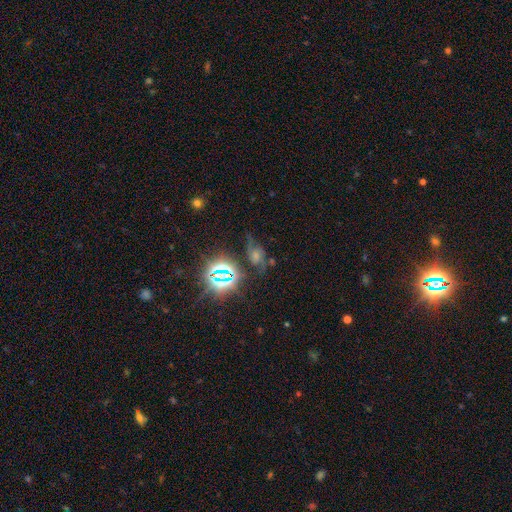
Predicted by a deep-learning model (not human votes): smooth-or-featured: star or artifact: 42% | featured or disk: 33% | smooth: 25%